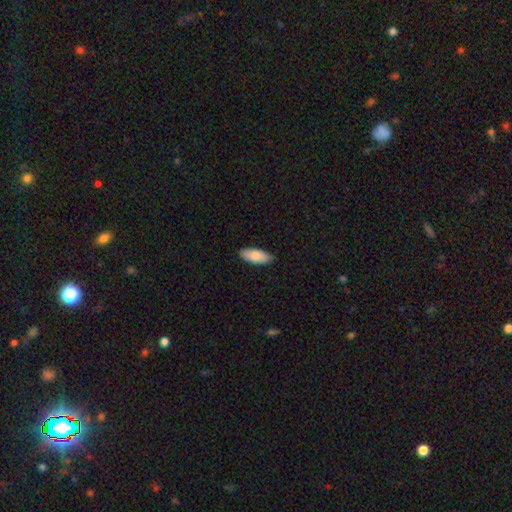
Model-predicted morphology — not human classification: A smooth galaxy with no disk features (87%) that is in between round and cigar-shaped (80%).

Vote fractions:
- Smooth or featured? smooth: 87% / featured or disk: 8% / star or artifact: 5%
- How rounded? in between: 80% / cigar-shaped: 18% / round: 2%
- Merging? none: 87% / minor disturbance: 11% / major disturbance: 2% / merger: 1%